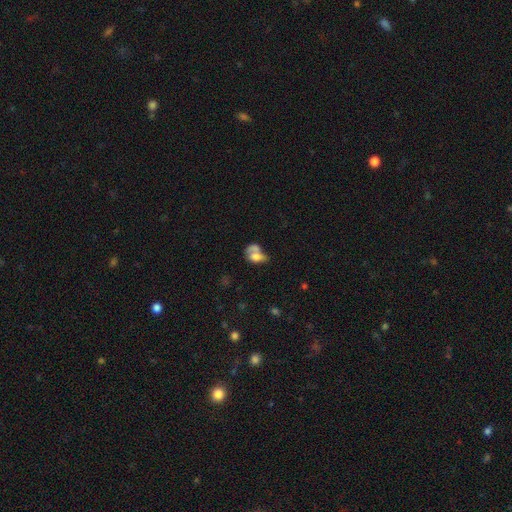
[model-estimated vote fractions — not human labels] Morphology: type=smooth (64%); roundness=in between (79%); merging=merger (55%).